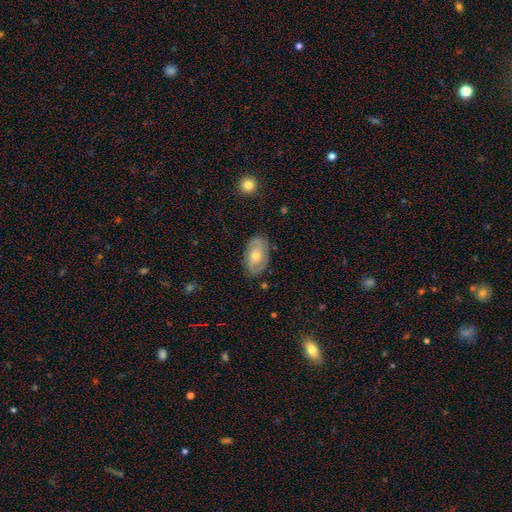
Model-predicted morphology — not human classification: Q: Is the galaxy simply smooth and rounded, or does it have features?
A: featured or disk — 60%.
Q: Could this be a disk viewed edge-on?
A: no — 93%.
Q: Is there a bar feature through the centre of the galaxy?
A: no — 68%.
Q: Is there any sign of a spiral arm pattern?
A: yes — 75%.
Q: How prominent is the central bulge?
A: moderate — 65%.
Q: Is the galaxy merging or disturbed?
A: none — 80%.